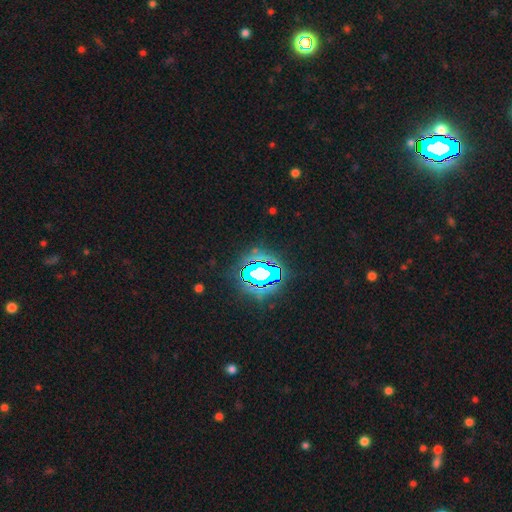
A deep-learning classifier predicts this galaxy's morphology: Overall: star or artifact (84%).